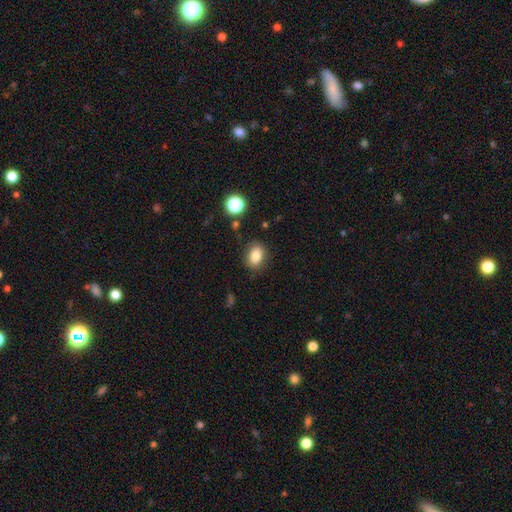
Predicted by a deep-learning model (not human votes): This appears to be a smooth galaxy with no disk features (82%) that is in between round and cigar-shaped (74%). Merging: none (83%).